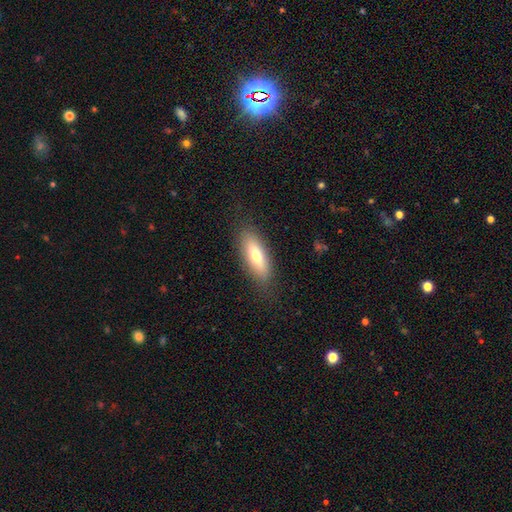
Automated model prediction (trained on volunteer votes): A smooth galaxy with no disk features (68%) that is in between round and cigar-shaped (66%). Merging: none (83%).